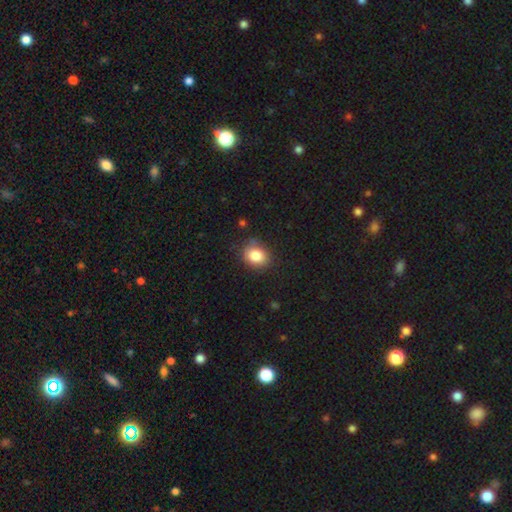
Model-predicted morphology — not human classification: Q: Smooth or featured?
A: smooth (83%); runner-up: star or artifact (10%)
Q: How rounded?
A: round (53%); runner-up: in between (46%)
Q: Merging?
A: none (81%); runner-up: minor disturbance (14%)